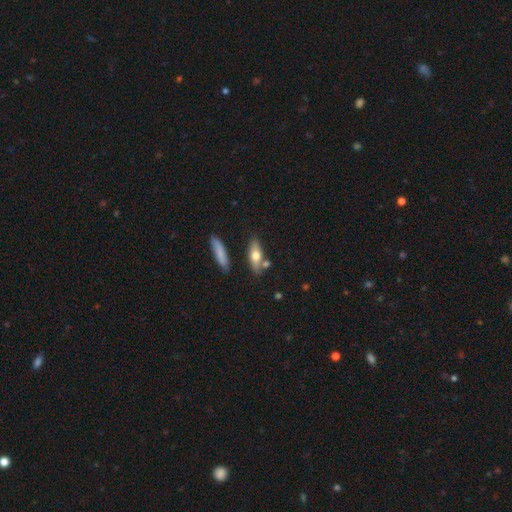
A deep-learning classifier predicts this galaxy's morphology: type=smooth (62%); roundness=in between (54%); merging=none (70%).